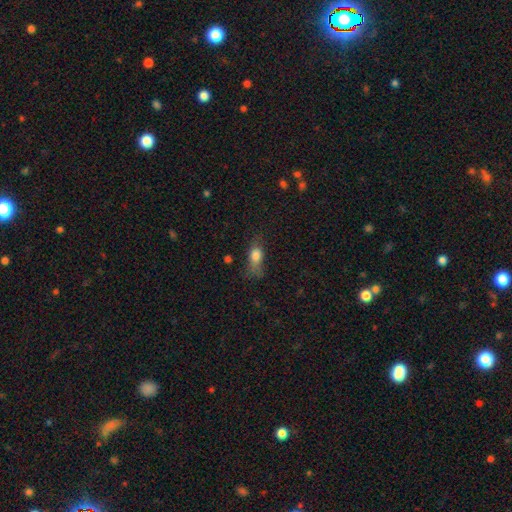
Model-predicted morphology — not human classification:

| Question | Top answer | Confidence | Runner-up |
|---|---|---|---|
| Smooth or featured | smooth | 73% | featured or disk (16%) |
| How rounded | in between | 69% | cigar-shaped (18%) |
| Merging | none | 40% | minor disturbance (31%) |